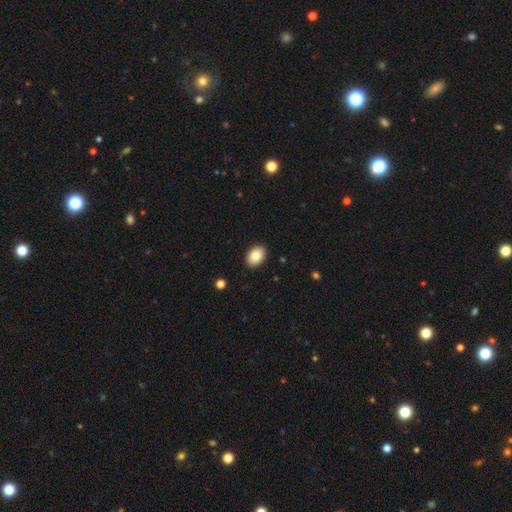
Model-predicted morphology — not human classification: smooth 83%, featured or disk 10%, star or artifact 8%. Down the decision tree: how rounded — in between (82%); merging — none (90%).